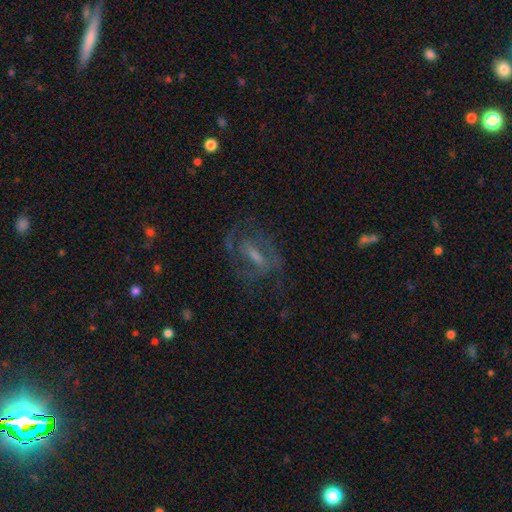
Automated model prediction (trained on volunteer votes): This is likely a featured or disk galaxy (70%). It is clearly not viewed edge-on (92%). Bar: marginally weak (43%). Spiral arm pattern: likely yes (79%). Spiral arm count: likely 2 (61%). Spiral winding: possibly medium (50%). Central bulge: marginally small (38%). Merging: likely none (64%).